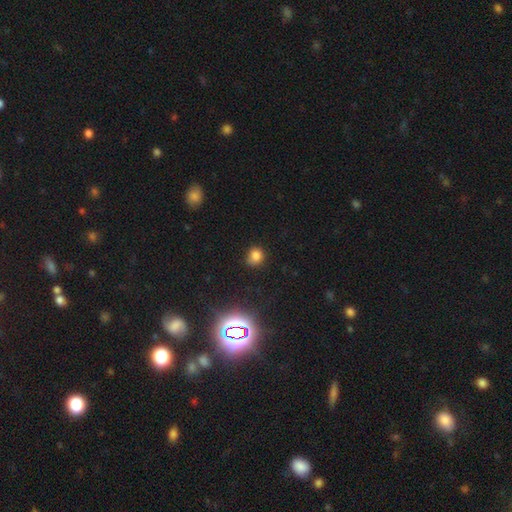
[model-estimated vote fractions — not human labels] Q: Smooth or featured?
A: smooth (77%); runner-up: star or artifact (17%)
Q: How rounded?
A: round (77%); runner-up: in between (22%)
Q: Merging?
A: none (74%); runner-up: minor disturbance (19%)